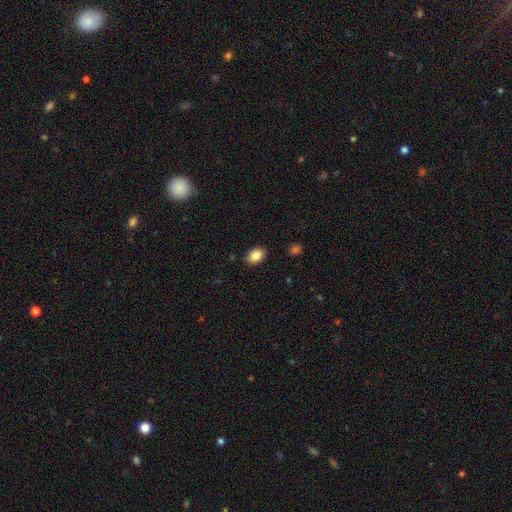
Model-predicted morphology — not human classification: type=smooth (87%); roundness=in between (79%); merging=none (88%).